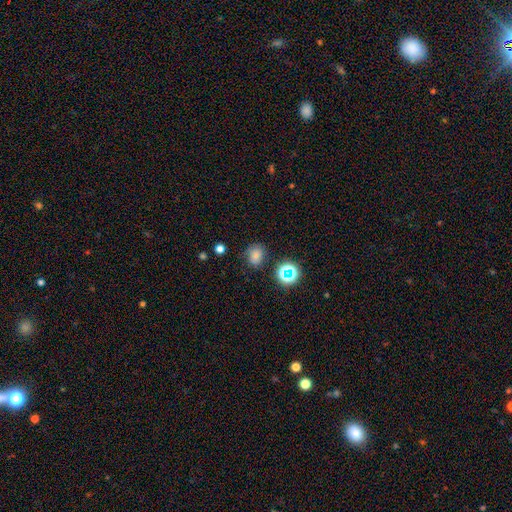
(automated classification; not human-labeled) A smooth galaxy with no disk features (68%) that is round (59%).

Vote fractions:
- Smooth or featured? smooth: 68% / star or artifact: 20% / featured or disk: 12%
- How rounded? round: 59% / in between: 40% / cigar-shaped: 1%
- Merging? none: 70% / minor disturbance: 20% / major disturbance: 6% / merger: 4%